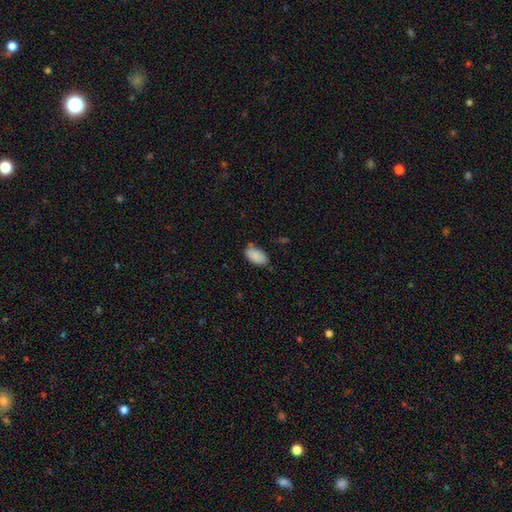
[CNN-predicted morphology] smooth_or_featured: smooth (p=0.88) [alt: star or artifact p=0.07]
how_rounded: in between (p=0.94) [alt: round p=0.04]
merging: none (p=0.69) [alt: minor disturbance p=0.23]